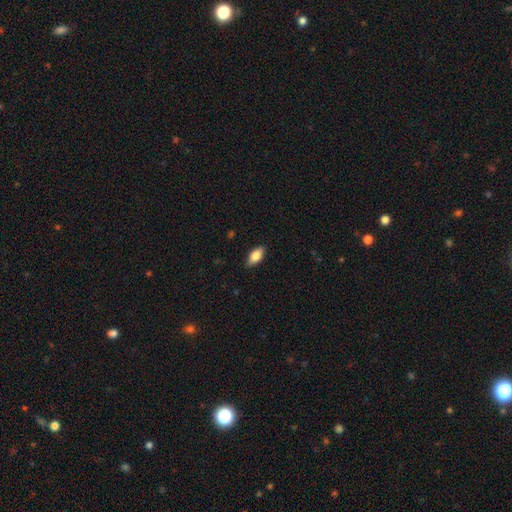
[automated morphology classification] Smooth or featured?
  - smooth: 77% *
  - featured or disk: 17%
  - star or artifact: 7%
How rounded?
  - in between: 87% *
  - cigar-shaped: 10%
  - round: 3%
Merging?
  - none: 87% *
  - minor disturbance: 10%
  - major disturbance: 2%
  - merger: 1%